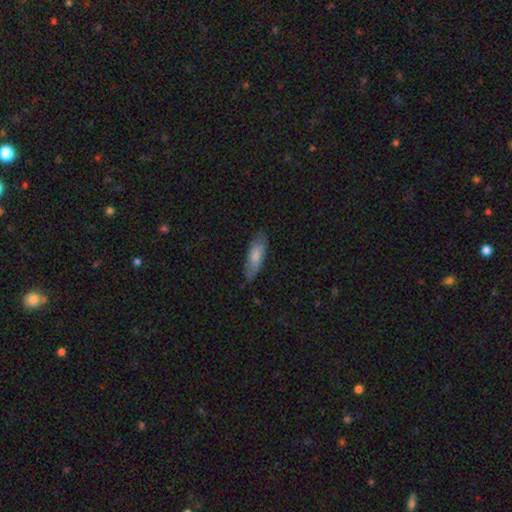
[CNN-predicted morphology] smooth-or-featured: smooth: 73% | featured or disk: 21% | star or artifact: 6%
  how-rounded: in between: 58% | cigar-shaped: 40% | round: 2%
  merging: none: 74% | minor disturbance: 21% | major disturbance: 4% | merger: 1%